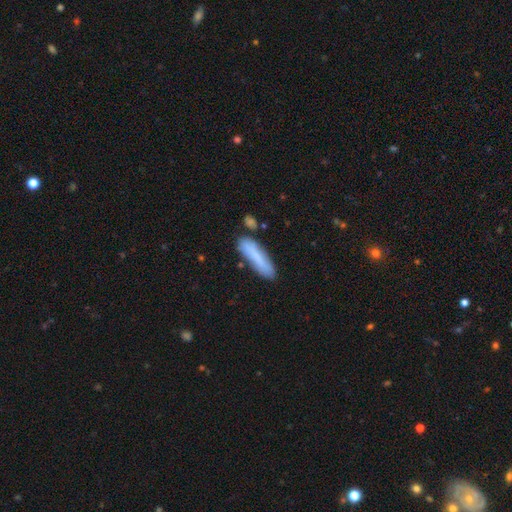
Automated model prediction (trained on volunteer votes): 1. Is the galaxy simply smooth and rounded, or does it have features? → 80% smooth, 14% featured or disk, 7% star or artifact.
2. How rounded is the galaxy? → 76% cigar-shaped, 23% in between, 1% round.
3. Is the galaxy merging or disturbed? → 75% none, 15% minor disturbance, 6% merger, 3% major disturbance.